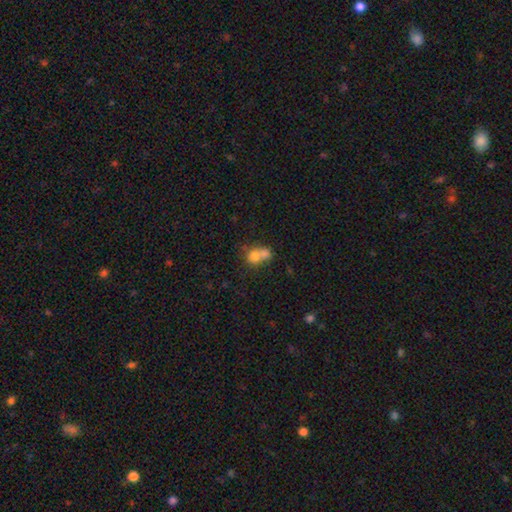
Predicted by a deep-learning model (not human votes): Smooth or featured: smooth — 70% (featured or disk — 18%)
How rounded: round — 65% (in between — 33%)
Merging: merger — 65% (none — 24%)